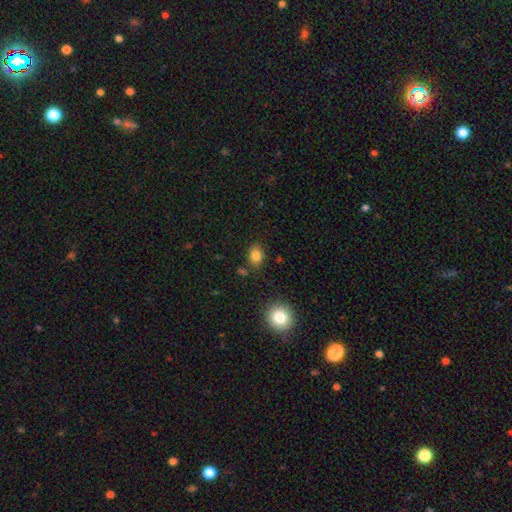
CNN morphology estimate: Smooth or featured? Predicted: smooth (p=0.83). How rounded? Predicted: in between (p=0.68). Merging? Predicted: none (p=0.80).